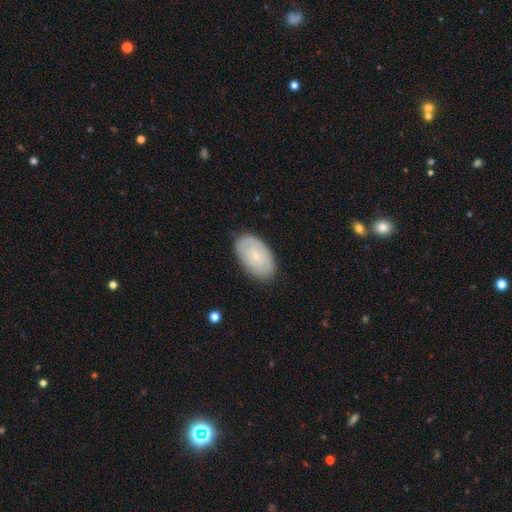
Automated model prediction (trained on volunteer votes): Smooth or featured: smooth — 62% (featured or disk — 31%)
How rounded: in between — 93% (round — 5%)
Merging: none — 83% (minor disturbance — 13%)